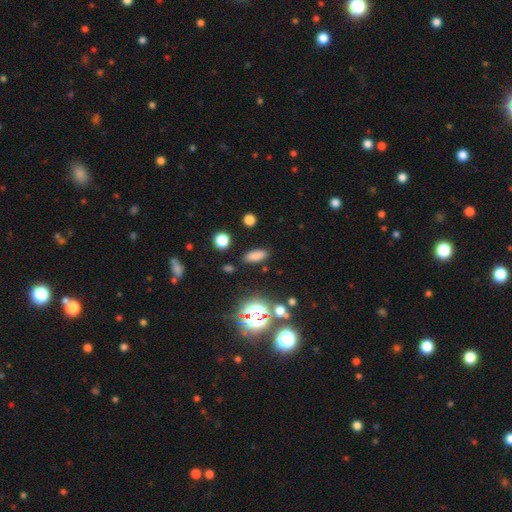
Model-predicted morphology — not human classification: smooth-or-featured: smooth: 77% | star or artifact: 18% | featured or disk: 6%
  how-rounded: in between: 76% | cigar-shaped: 18% | round: 5%
  merging: none: 87% | minor disturbance: 8% | major disturbance: 3% | merger: 2%